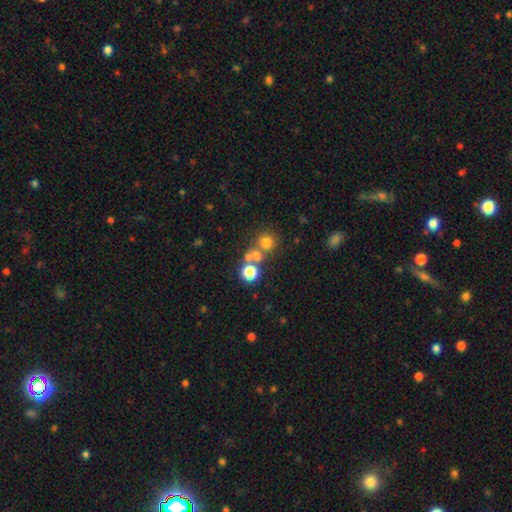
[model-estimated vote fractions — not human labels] A smooth galaxy with no disk features (50%) that is round (87%). Merging: none (59%).